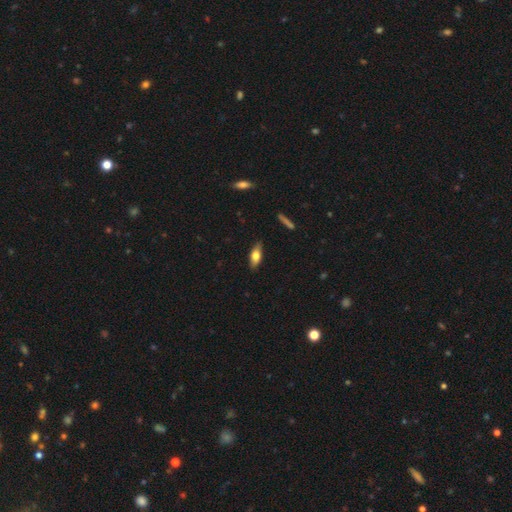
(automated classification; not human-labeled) smooth-or-featured: smooth: 66% | featured or disk: 27% | star or artifact: 7%
  how-rounded: in between: 73% | cigar-shaped: 24% | round: 3%
  merging: none: 86% | minor disturbance: 11% | major disturbance: 2% | merger: 1%